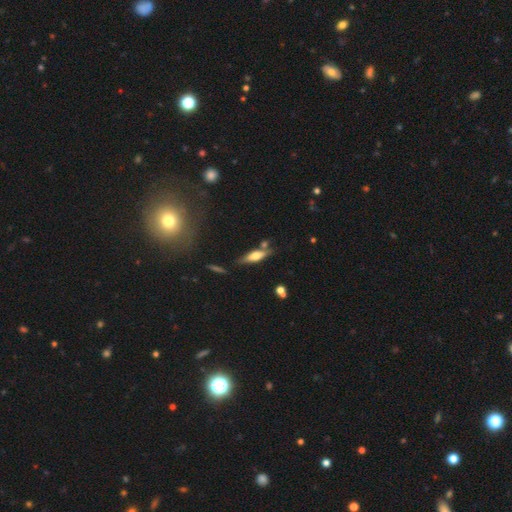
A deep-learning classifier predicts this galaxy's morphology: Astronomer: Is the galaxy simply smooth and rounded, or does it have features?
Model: featured or disk — 48% (runner-up: smooth, 45%).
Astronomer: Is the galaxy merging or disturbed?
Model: none — 65%.